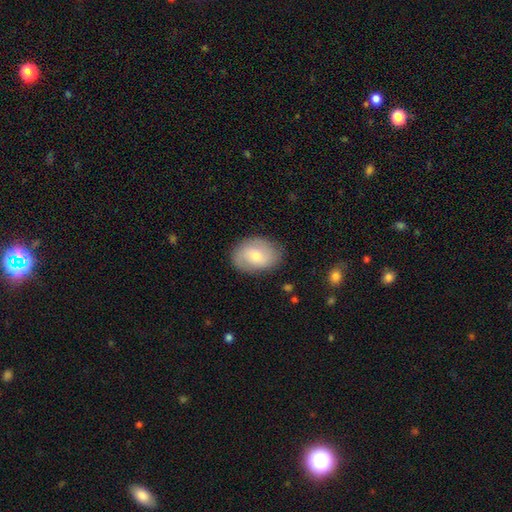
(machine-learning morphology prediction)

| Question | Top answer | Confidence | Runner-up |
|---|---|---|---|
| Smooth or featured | smooth | 52% | featured or disk (41%) |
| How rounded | in between | 76% | round (23%) |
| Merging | none | 82% | minor disturbance (13%) |